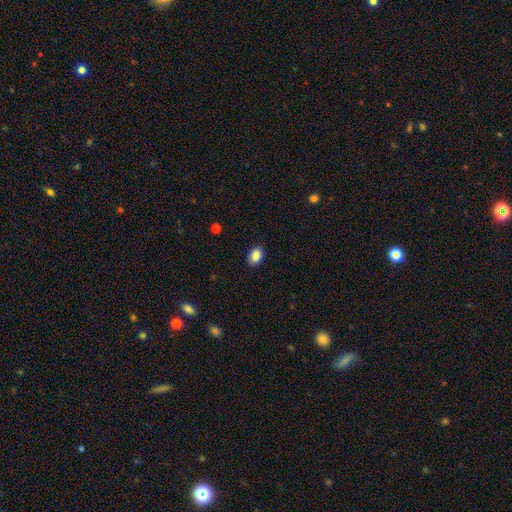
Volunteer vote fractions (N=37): Q: Smooth or featured?
A: smooth (78%); runner-up: featured or disk (19%)
Q: How rounded?
A: in between (93%); runner-up: round (3%)
Q: Merging?
A: none (69%); runner-up: minor disturbance (25%)